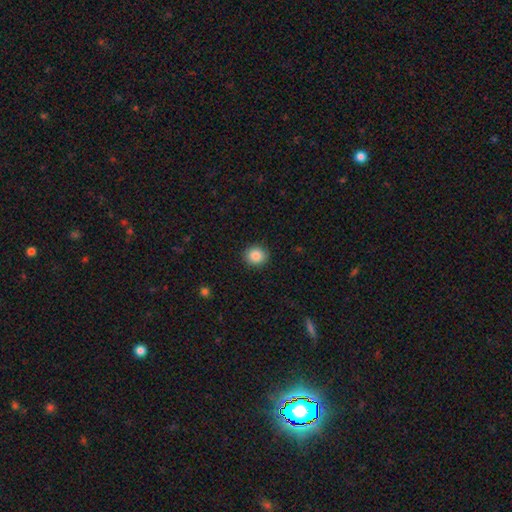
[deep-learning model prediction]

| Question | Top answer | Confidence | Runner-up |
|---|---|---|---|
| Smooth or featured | smooth | 87% | star or artifact (9%) |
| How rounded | round | 86% | in between (13%) |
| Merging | none | 91% | minor disturbance (6%) |